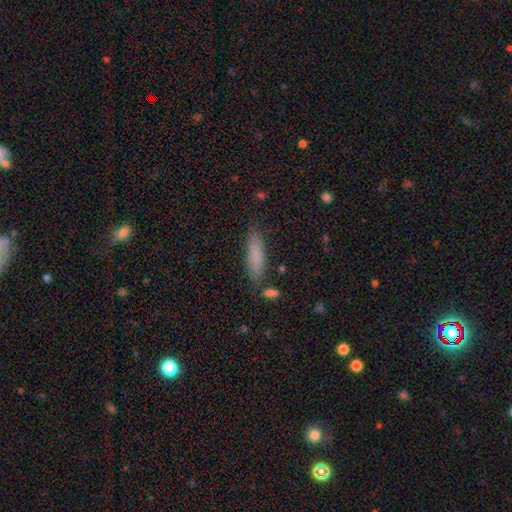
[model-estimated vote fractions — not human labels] This is clearly a smooth galaxy (82%). How rounded: likely cigar-shaped (68%). Merging: clearly none (81%).